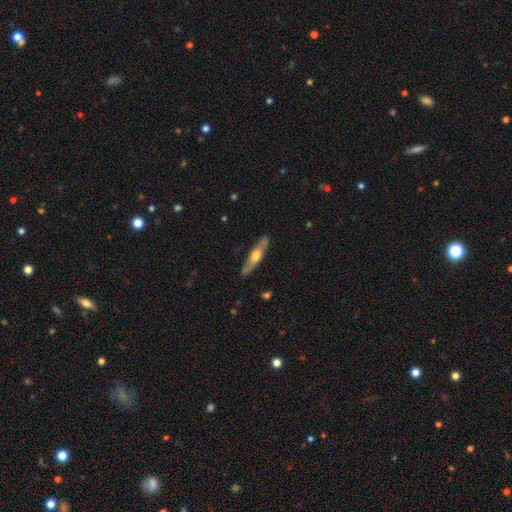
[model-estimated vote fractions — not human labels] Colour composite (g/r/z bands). It shows a featured or disk galaxy (52%) viewed edge-on (79%). Merging: none (85%).